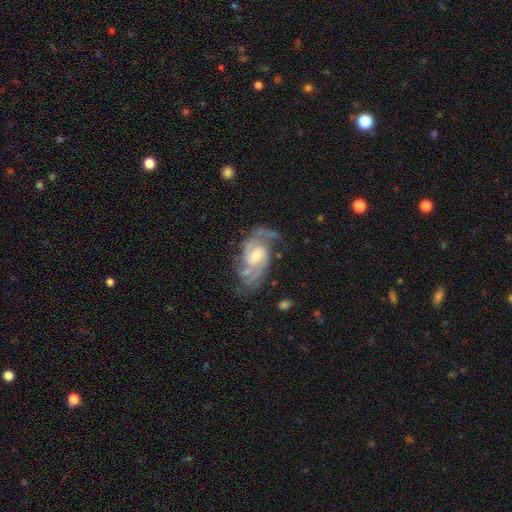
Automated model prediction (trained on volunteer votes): Smooth or featured? Predicted: featured or disk (p=0.90). Edge-on disk? Predicted: no (p=0.97). Bar? Predicted: weak (p=0.49). Spiral arms? Predicted: yes (p=0.98). Spiral winding? Predicted: medium (p=0.51). Spiral arm count? Predicted: 2 (p=0.61). Bulge size? Predicted: moderate (p=0.58). Merging? Predicted: none (p=0.65).